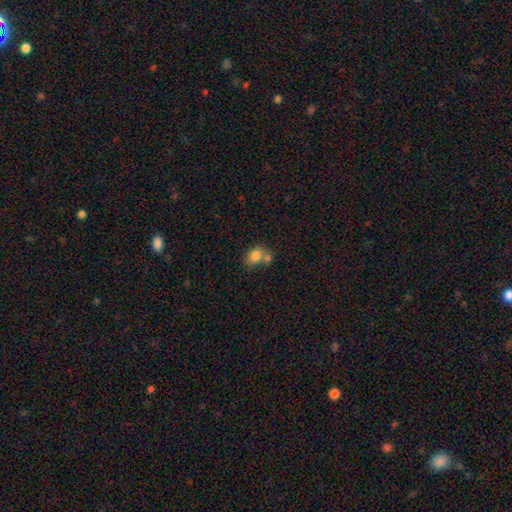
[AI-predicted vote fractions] Smooth or featured?
  - smooth: 80% *
  - featured or disk: 11%
  - star or artifact: 9%
How rounded?
  - in between: 70% *
  - round: 29%
  - cigar-shaped: 1%
Merging?
  - merger: 46% *
  - none: 37%
  - minor disturbance: 12%
  - major disturbance: 5%